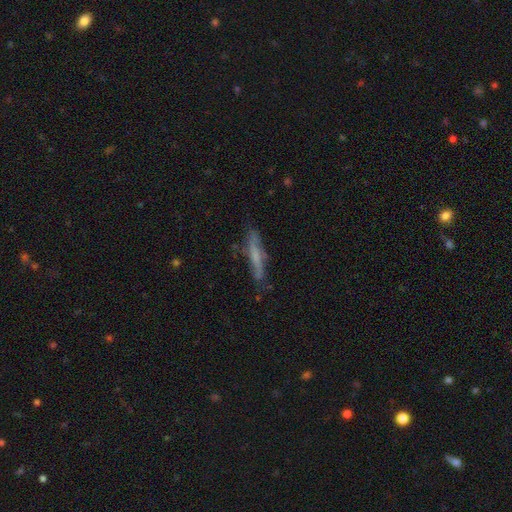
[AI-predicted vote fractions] smooth-or-featured: featured or disk: 47% | smooth: 45% | star or artifact: 8%
  merging: none: 72% | minor disturbance: 20% | major disturbance: 6% | merger: 2%